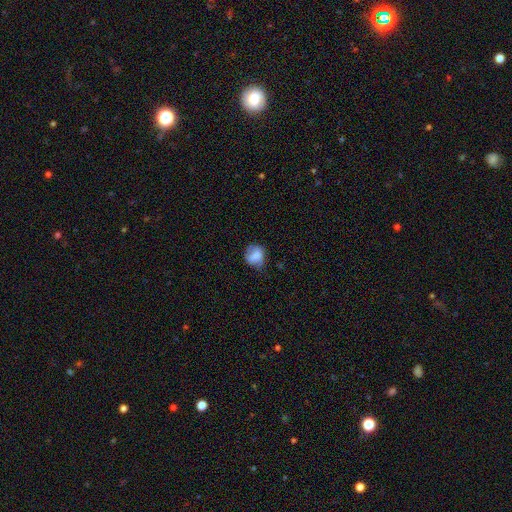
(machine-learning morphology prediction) smooth-or-featured: smooth: 68% | featured or disk: 24% | star or artifact: 9%
  how-rounded: round: 66% | in between: 33% | cigar-shaped: 1%
  merging: none: 50% | minor disturbance: 34% | major disturbance: 14% | merger: 2%